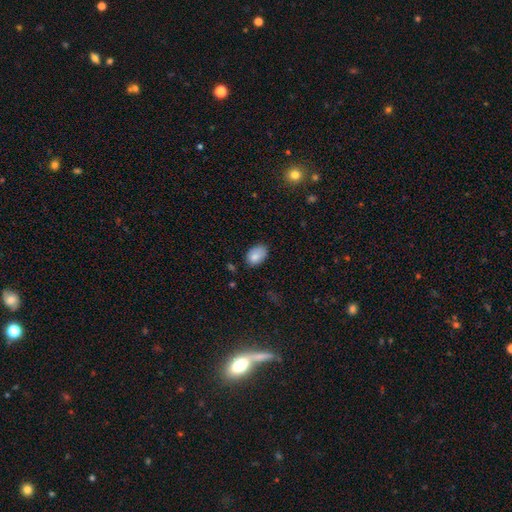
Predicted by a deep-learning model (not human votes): Smooth or featured? Predicted: smooth (p=0.84). How rounded? Predicted: in between (p=0.85). Merging? Predicted: none (p=0.73).